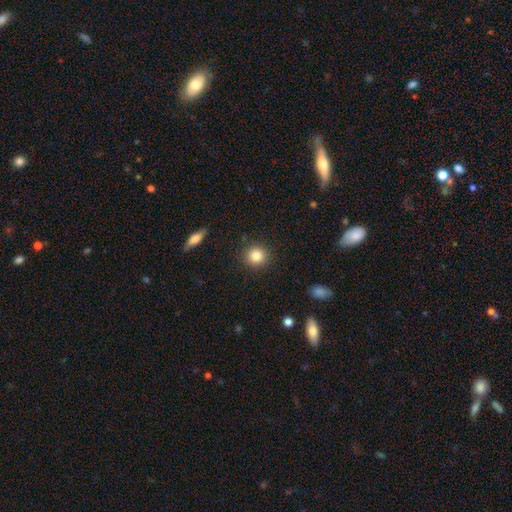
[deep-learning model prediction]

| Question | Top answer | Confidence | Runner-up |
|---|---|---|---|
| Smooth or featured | smooth | 84% | star or artifact (10%) |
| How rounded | round | 91% | in between (8%) |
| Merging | none | 90% | minor disturbance (6%) |